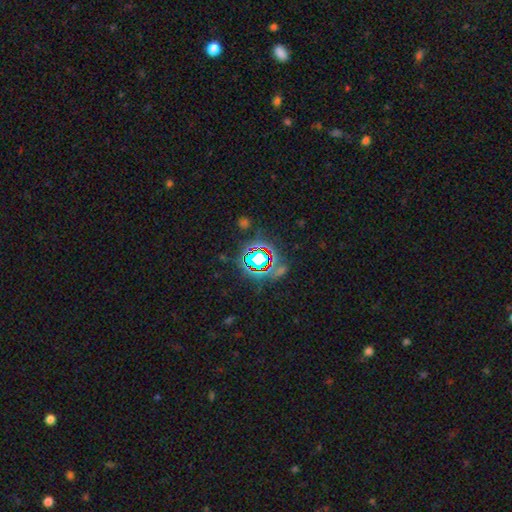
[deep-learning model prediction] Smooth or featured? star or artifact (76%)